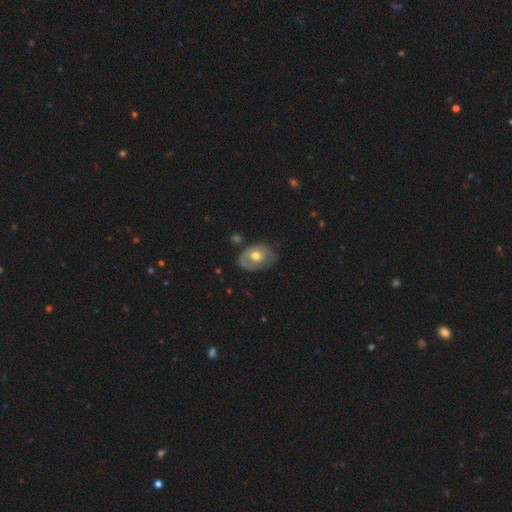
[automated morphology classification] A smooth galaxy with no disk features (48%).

Vote fractions:
- Smooth or featured? smooth: 48% / featured or disk: 46% / star or artifact: 6%
- Merging? none: 59% / minor disturbance: 28% / major disturbance: 10% / merger: 2%